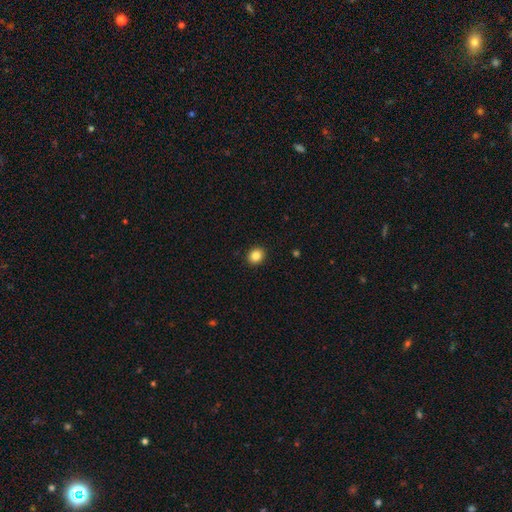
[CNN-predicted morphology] smooth_or_featured: smooth (p=0.85) [alt: star or artifact p=0.10]
how_rounded: round (p=0.72) [alt: in between p=0.27]
merging: none (p=0.92) [alt: minor disturbance p=0.05]